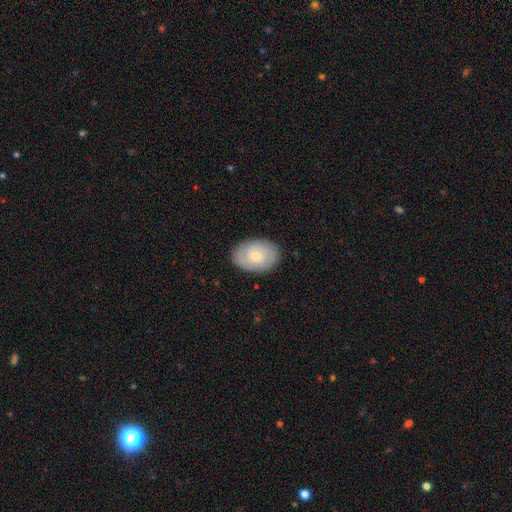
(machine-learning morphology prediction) Overall: smooth (56%; featured or disk 38%). How rounded: in between (80%). Merging: none (86%).